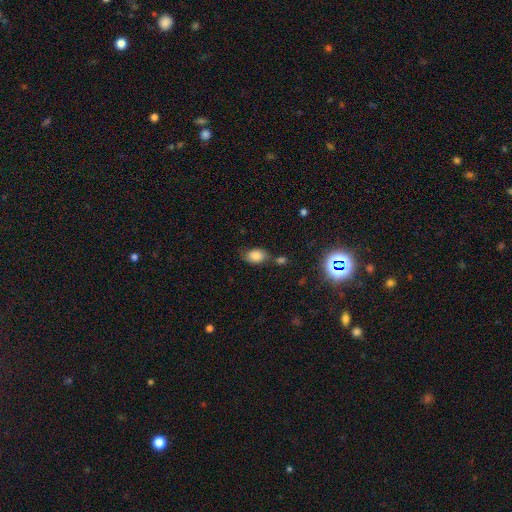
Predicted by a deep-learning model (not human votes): Morphology: type=smooth (77%); roundness=in between (80%); merging=none (55%).